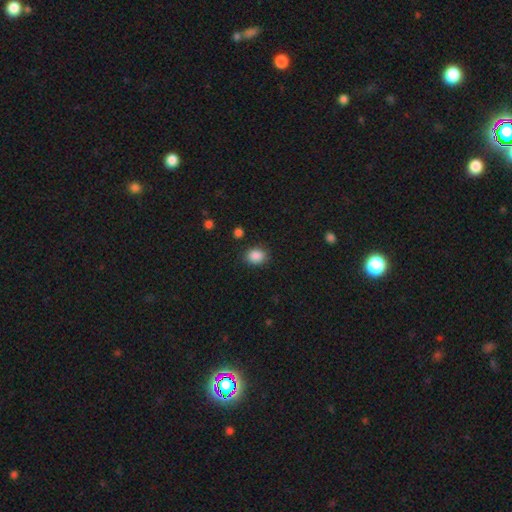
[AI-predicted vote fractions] Smooth or featured?
  - smooth: 88% *
  - star or artifact: 9%
  - featured or disk: 3%
How rounded?
  - in between: 52% *
  - round: 47%
  - cigar-shaped: 1%
Merging?
  - none: 86% *
  - minor disturbance: 10%
  - major disturbance: 3%
  - merger: 2%